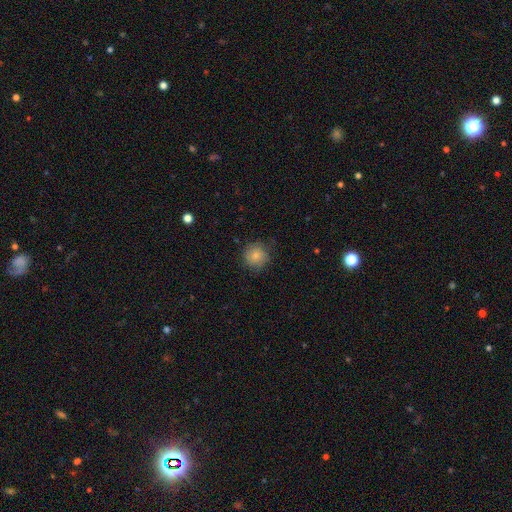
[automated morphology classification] type=smooth (81%); roundness=round (92%); merging=none (80%).